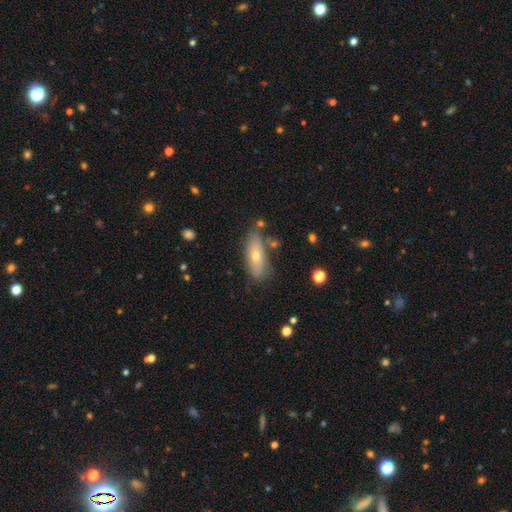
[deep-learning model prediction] Smooth or featured?
  - smooth: 59% *
  - featured or disk: 33%
  - star or artifact: 8%
How rounded?
  - in between: 69% *
  - cigar-shaped: 27%
  - round: 4%
Merging?
  - none: 75% *
  - minor disturbance: 16%
  - merger: 5%
  - major disturbance: 4%